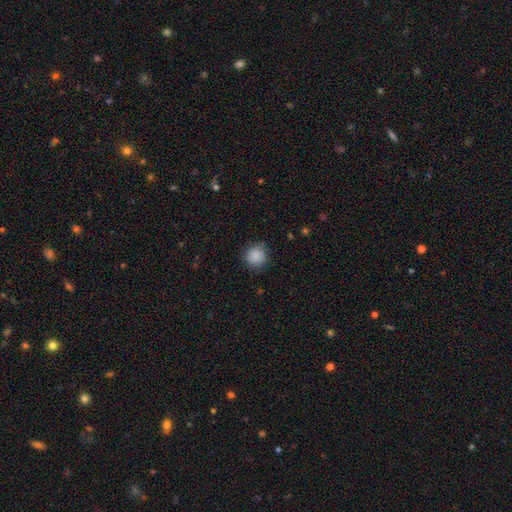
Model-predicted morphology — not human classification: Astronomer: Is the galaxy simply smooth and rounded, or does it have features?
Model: smooth — 87%.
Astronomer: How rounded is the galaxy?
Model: round — 92%.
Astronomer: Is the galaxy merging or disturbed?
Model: none — 85%.